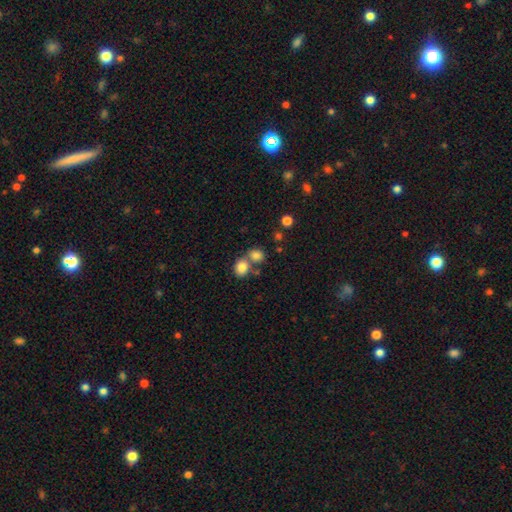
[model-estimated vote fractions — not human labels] Overall: smooth (82%). How rounded: round (60%; in between 39%). Merging: merger (45%; none 44%).